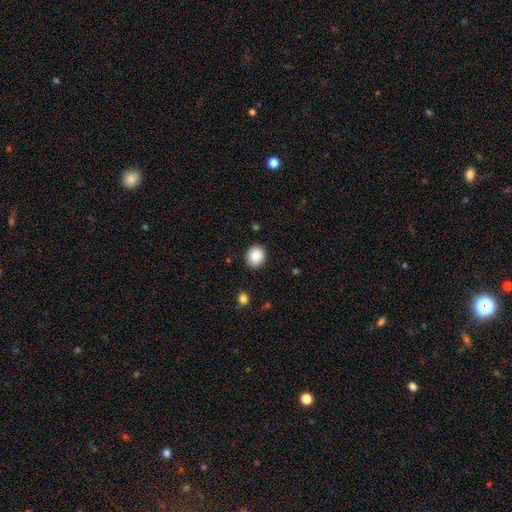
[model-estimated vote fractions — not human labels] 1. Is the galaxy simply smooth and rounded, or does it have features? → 85% smooth, 9% star or artifact, 6% featured or disk.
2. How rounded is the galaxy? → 71% round, 28% in between, 1% cigar-shaped.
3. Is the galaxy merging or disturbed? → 90% none, 7% minor disturbance, 2% major disturbance, 1% merger.